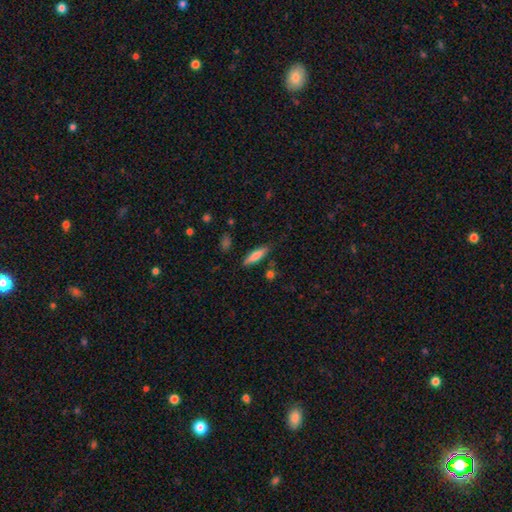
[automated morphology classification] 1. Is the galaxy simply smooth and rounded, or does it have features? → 71% smooth, 22% featured or disk, 6% star or artifact.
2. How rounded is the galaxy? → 71% cigar-shaped, 27% in between, 2% round.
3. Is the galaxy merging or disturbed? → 81% none, 13% minor disturbance, 3% merger, 3% major disturbance.